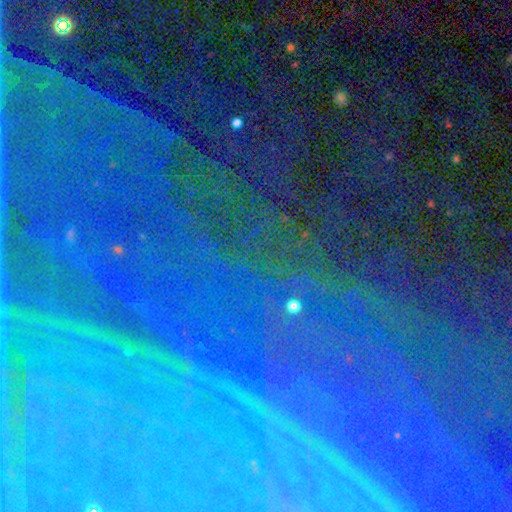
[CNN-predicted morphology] Smooth or featured? Predicted: star or artifact (p=0.84).